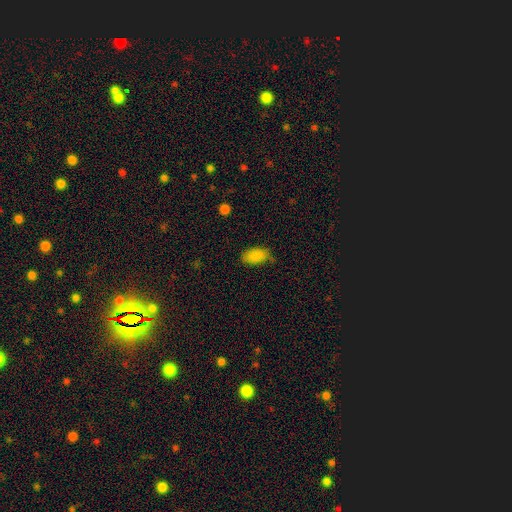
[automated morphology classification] A smooth galaxy with no disk features (87%) that is in between round and cigar-shaped (93%). Merging: none (69%).